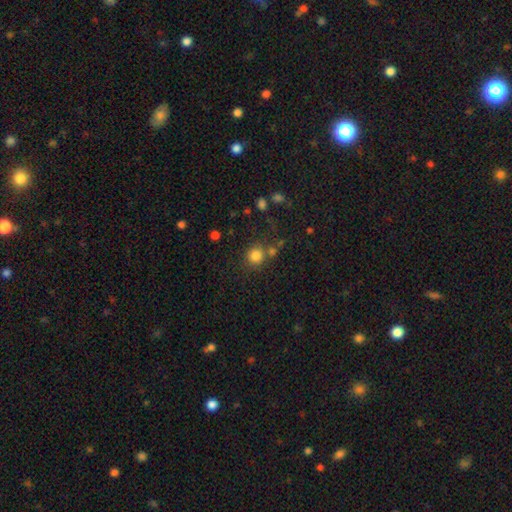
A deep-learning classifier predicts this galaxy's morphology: type=smooth (82%); roundness=round (88%); merging=none (72%).